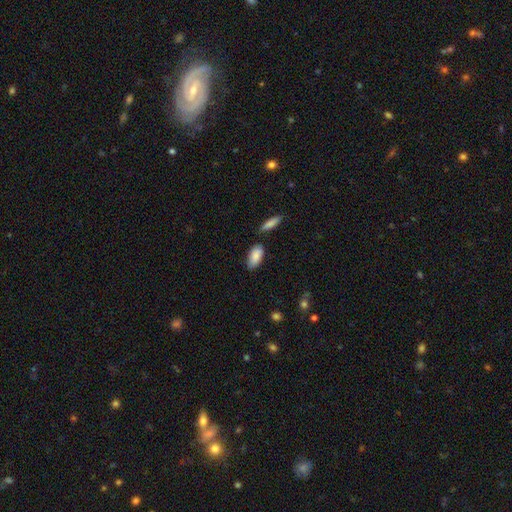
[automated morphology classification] Smooth or featured: smooth — 86% (featured or disk — 8%)
How rounded: in between — 91% (cigar-shaped — 7%)
Merging: none — 74% (minor disturbance — 16%)